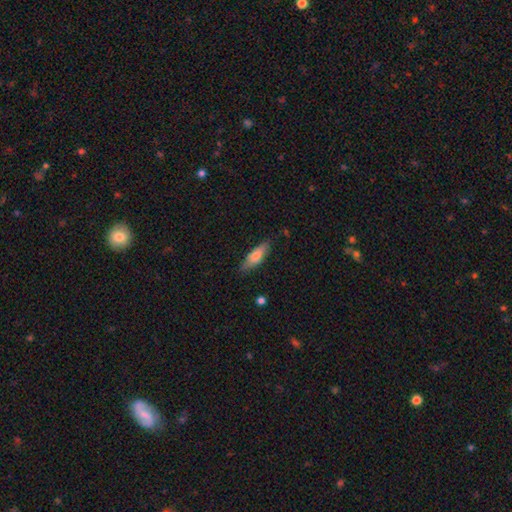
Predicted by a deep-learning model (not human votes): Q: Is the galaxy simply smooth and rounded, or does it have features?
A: smooth — 73%.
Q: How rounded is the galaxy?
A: cigar-shaped — 50%.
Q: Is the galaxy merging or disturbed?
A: none — 81%.